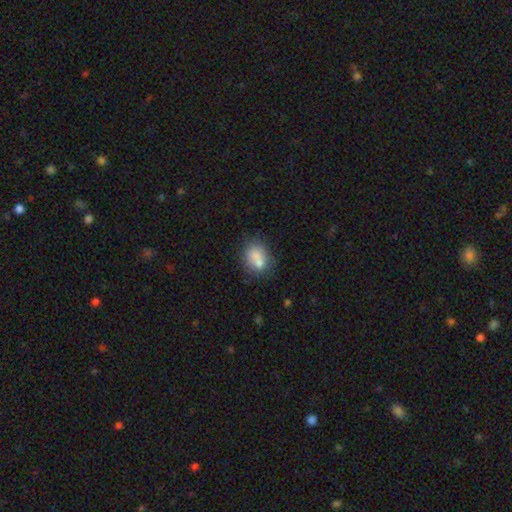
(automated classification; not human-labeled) This is likely a smooth galaxy (75%). How rounded: possibly in between (50%). Merging: possibly none (46%).